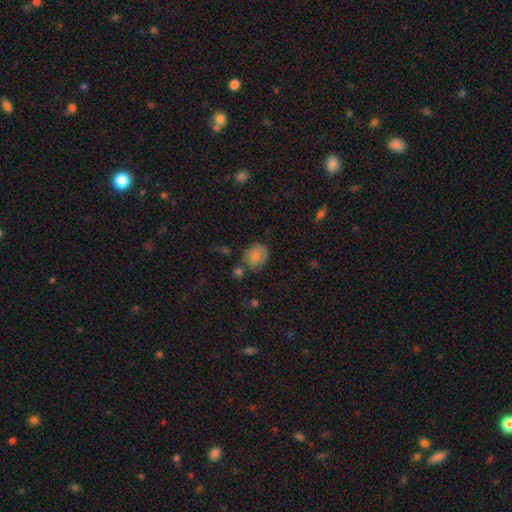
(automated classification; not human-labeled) smooth 76%, featured or disk 15%, star or artifact 9%. Down the decision tree: how rounded — round (62%); merging — none (63%).